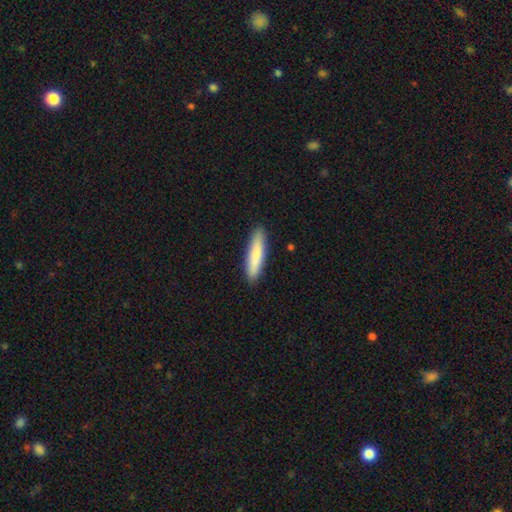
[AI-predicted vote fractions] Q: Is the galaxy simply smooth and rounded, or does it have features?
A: smooth — 82%.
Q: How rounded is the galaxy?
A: cigar-shaped — 85%.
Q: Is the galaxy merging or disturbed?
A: none — 90%.